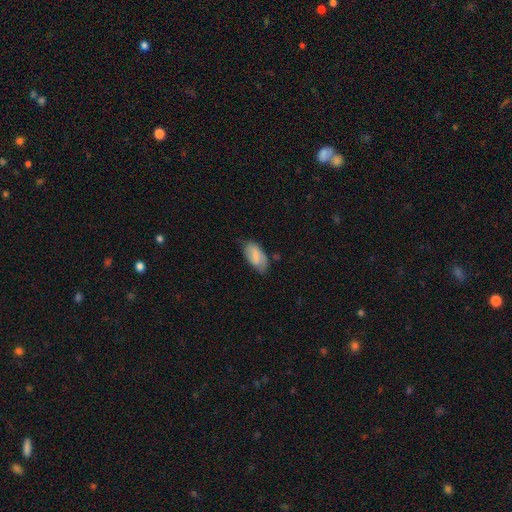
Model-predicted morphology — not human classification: smooth 76%, featured or disk 17%, star or artifact 7%. Down the decision tree: how rounded — in between (93%); merging — none (64%).